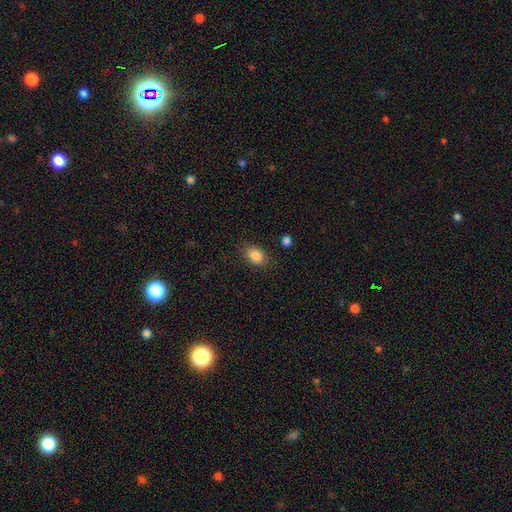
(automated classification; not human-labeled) Smooth or featured?
  - smooth: 86% *
  - star or artifact: 9%
  - featured or disk: 6%
How rounded?
  - in between: 71% *
  - round: 28%
  - cigar-shaped: 1%
Merging?
  - none: 82% *
  - minor disturbance: 12%
  - major disturbance: 4%
  - merger: 2%